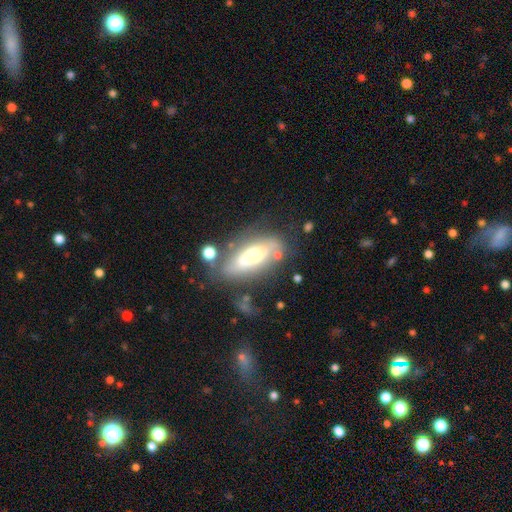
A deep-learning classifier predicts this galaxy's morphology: Overall: featured or disk (55%; smooth 37%). Edge-on disk: no (64%; yes 36%). Merging: none (62%).